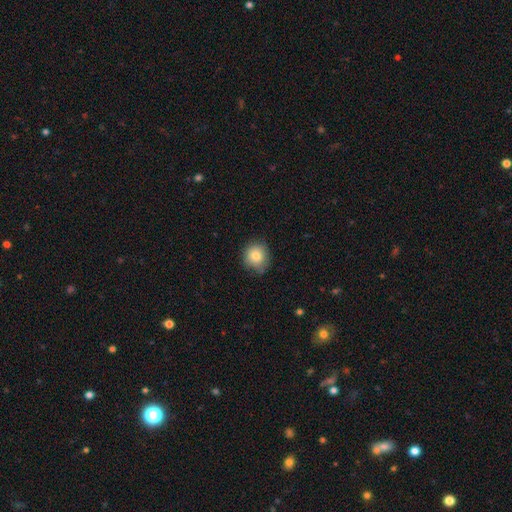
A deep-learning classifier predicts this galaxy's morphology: smooth-or-featured: smooth: 82% | star or artifact: 9% | featured or disk: 9%
  how-rounded: round: 86% | in between: 13% | cigar-shaped: 1%
  merging: none: 76% | minor disturbance: 20% | major disturbance: 3% | merger: 1%